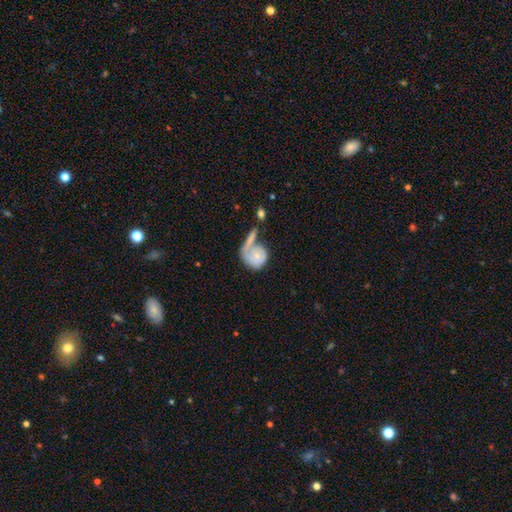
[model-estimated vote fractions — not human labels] Morphology: type=featured or disk (49%); merging=none (33%).